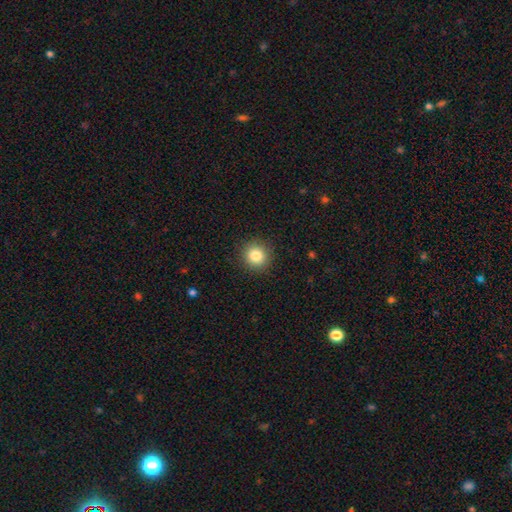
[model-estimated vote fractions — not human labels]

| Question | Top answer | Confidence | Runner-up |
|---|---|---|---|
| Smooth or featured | smooth | 83% | star or artifact (11%) |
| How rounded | round | 92% | in between (8%) |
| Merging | none | 91% | minor disturbance (6%) |